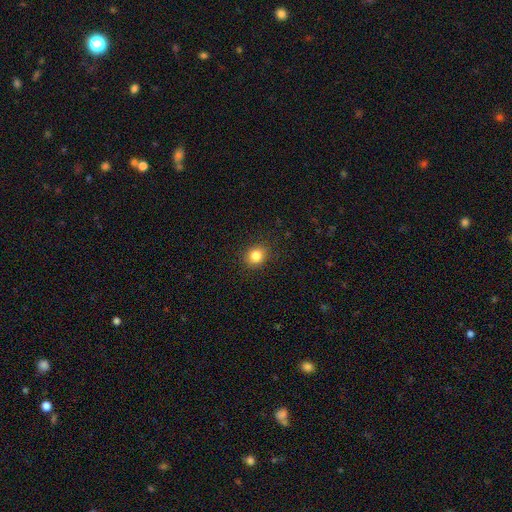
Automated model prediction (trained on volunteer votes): Q: Smooth or featured?
A: smooth (83%); runner-up: star or artifact (11%)
Q: How rounded?
A: round (73%); runner-up: in between (26%)
Q: Merging?
A: none (88%); runner-up: minor disturbance (8%)